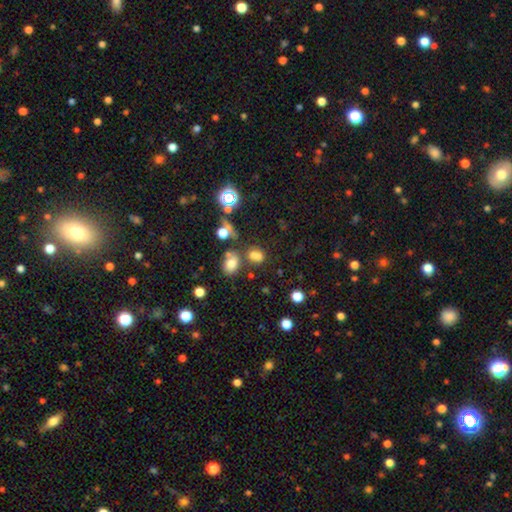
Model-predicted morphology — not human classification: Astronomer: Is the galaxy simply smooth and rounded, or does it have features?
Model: smooth — 65%.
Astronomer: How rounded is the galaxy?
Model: in between — 62%.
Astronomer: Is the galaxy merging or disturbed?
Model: none — 51% (runner-up: merger, 29%).